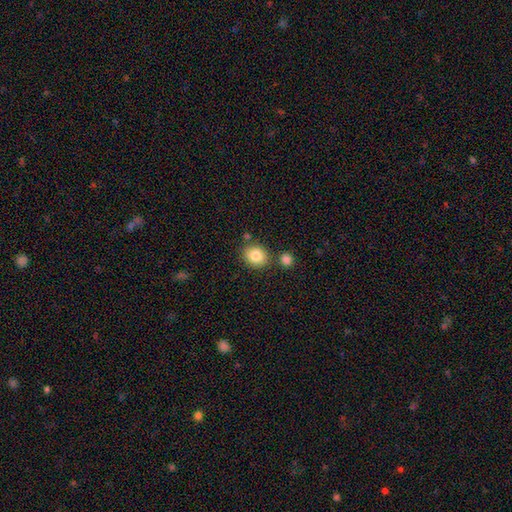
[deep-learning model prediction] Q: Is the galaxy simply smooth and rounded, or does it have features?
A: smooth — 83%.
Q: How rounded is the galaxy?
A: round — 63%.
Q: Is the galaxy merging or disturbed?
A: none — 75%.